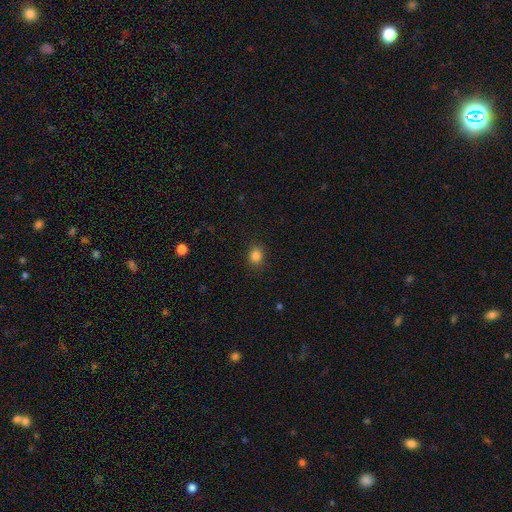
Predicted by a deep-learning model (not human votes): This is clearly a smooth galaxy (84%). How rounded: likely round (63%). Merging: clearly none (88%).